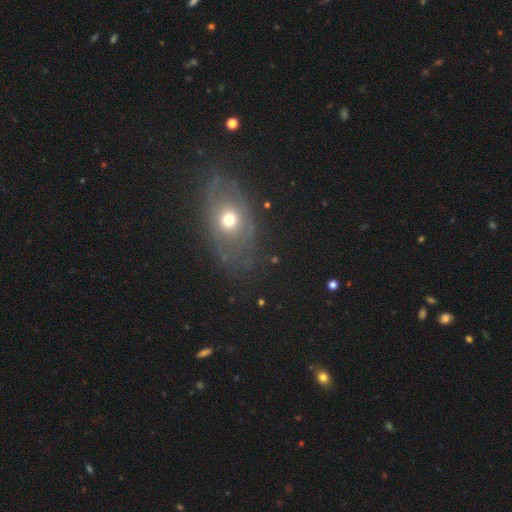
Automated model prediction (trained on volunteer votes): This appears to be a featured or disk galaxy (45%). Merging: none (79%).